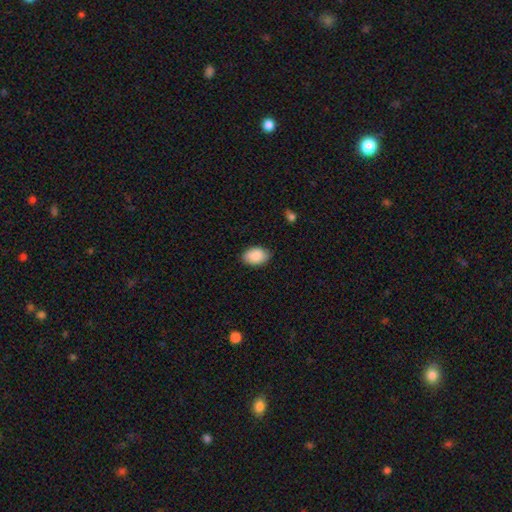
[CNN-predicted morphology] The model was most divided on "merging": none: 83%, minor disturbance: 13%, major disturbance: 2%, merger: 1%. More confident: smooth or featured — smooth (89%); how rounded — in between (86%).